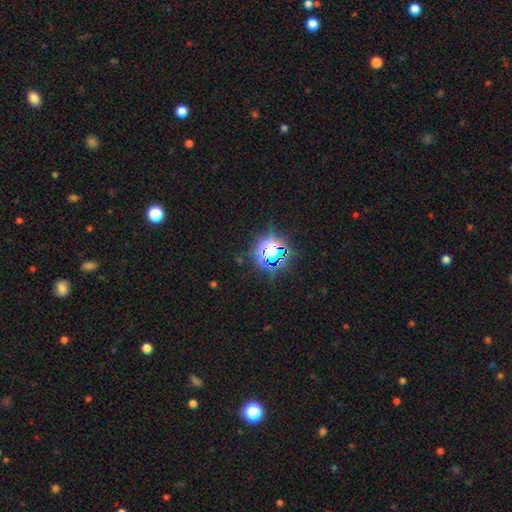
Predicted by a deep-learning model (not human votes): Overall: star or artifact (80%).